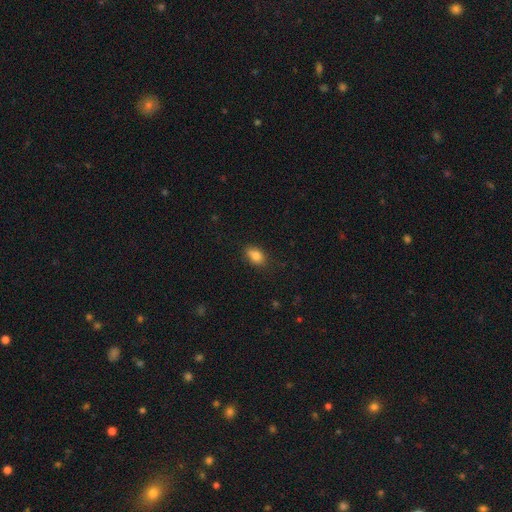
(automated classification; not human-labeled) The model was most divided on "merging": none: 81%, minor disturbance: 15%, major disturbance: 3%, merger: 1%. More confident: how rounded — in between (85%); smooth or featured — smooth (84%).